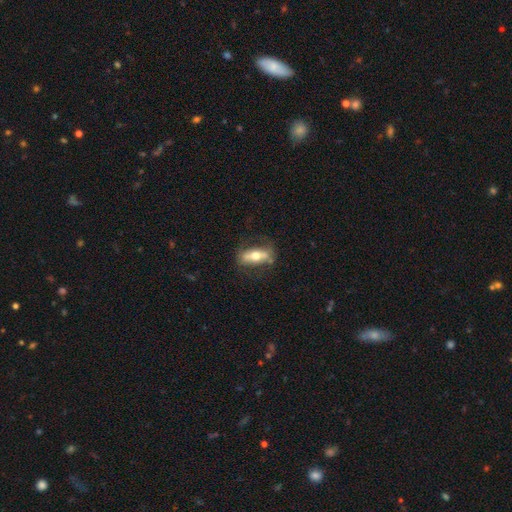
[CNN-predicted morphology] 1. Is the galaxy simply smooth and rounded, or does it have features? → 51% featured or disk, 43% smooth, 6% star or artifact.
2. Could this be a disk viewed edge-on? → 51% no, 49% yes.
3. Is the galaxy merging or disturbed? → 68% none, 20% minor disturbance, 10% major disturbance, 2% merger.